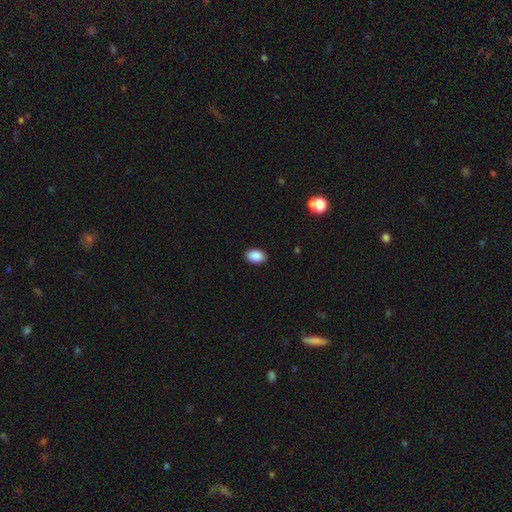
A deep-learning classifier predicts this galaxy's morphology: smooth-or-featured: smooth: 90% | star or artifact: 7% | featured or disk: 3%
  how-rounded: in between: 89% | round: 10% | cigar-shaped: 1%
  merging: none: 89% | minor disturbance: 8% | major disturbance: 2% | merger: 1%